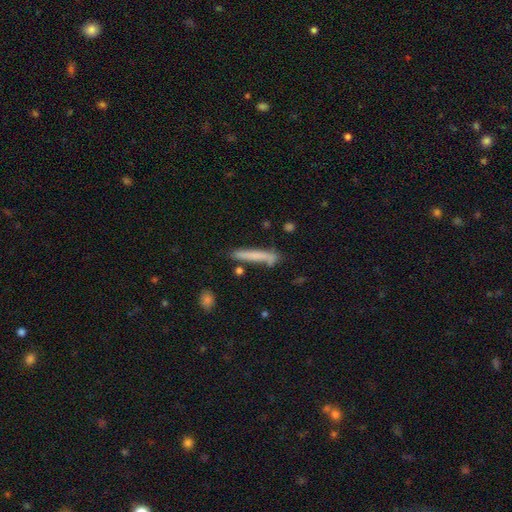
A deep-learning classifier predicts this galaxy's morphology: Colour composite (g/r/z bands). It shows a smooth galaxy with no disk features (69%) that is cigar-shaped (94%). Merging: none (72%).